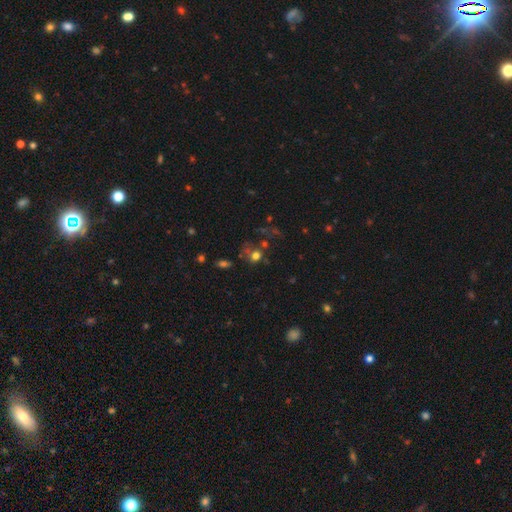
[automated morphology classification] Overall: smooth (60%; star or artifact 22%). How rounded: round (69%; in between 30%). Merging: none (39%; major disturbance 25%).